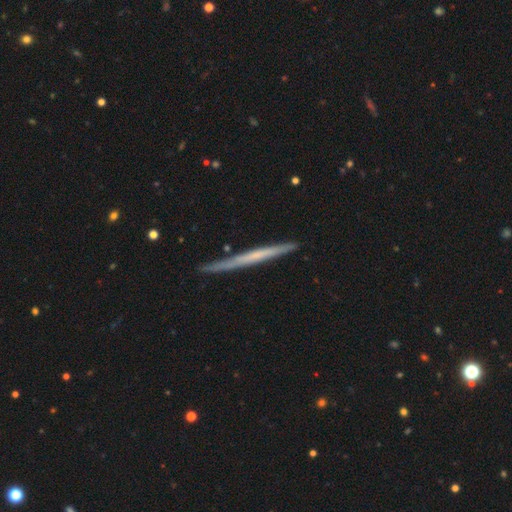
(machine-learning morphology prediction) Q: Smooth or featured?
A: featured or disk (55%); runner-up: smooth (40%)
Q: Edge-on disk?
A: yes (97%); runner-up: no (3%)
Q: Edge-on bulge?
A: none (88%); runner-up: rounded (8%)
Q: Merging?
A: none (86%); runner-up: minor disturbance (11%)